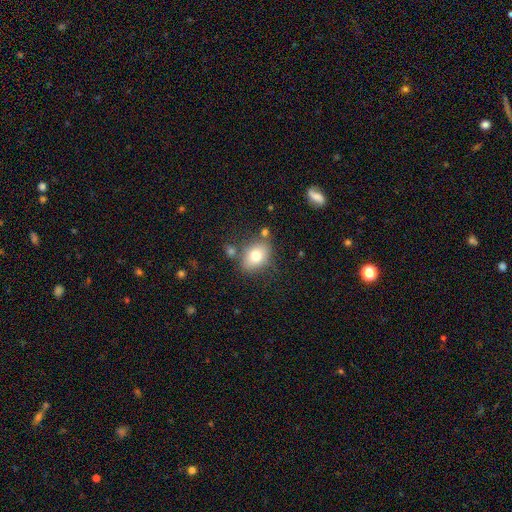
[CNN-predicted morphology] A smooth galaxy with no disk features (75%) that is in between round and cigar-shaped (67%). Merging: none (72%).